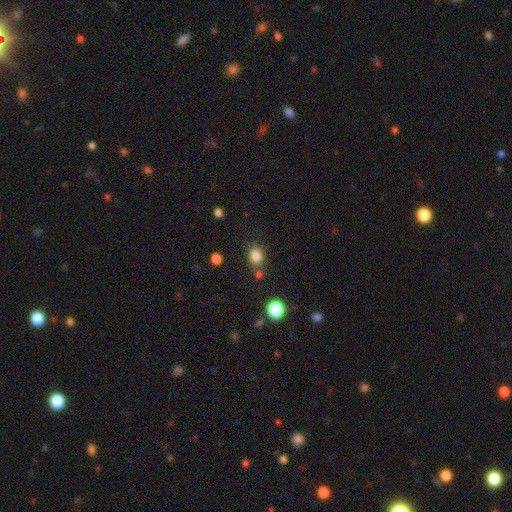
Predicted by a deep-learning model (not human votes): Smooth or featured? smooth (83%)
How rounded? round (50%)
Merging? none (74%)